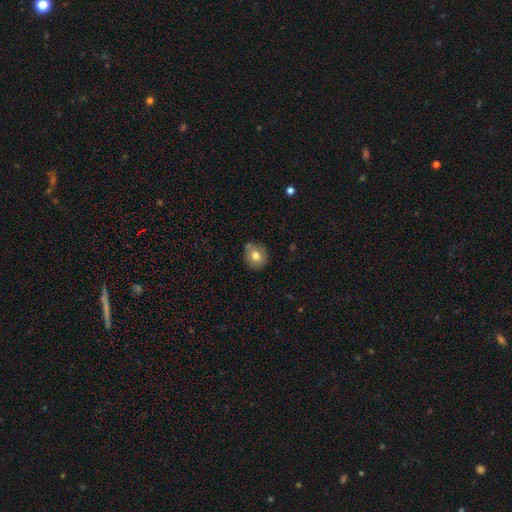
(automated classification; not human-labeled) smooth 74%, featured or disk 16%, star or artifact 10%. Down the decision tree: how rounded — round (79%); merging — none (76%).